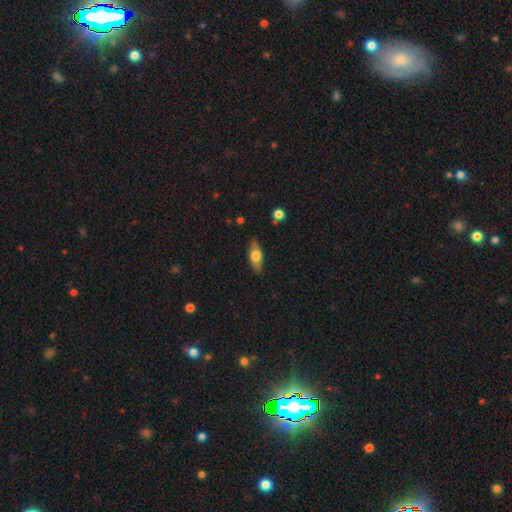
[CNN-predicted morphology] Overall: smooth (65%; featured or disk 29%). How rounded: in between (73%). Merging: none (86%).